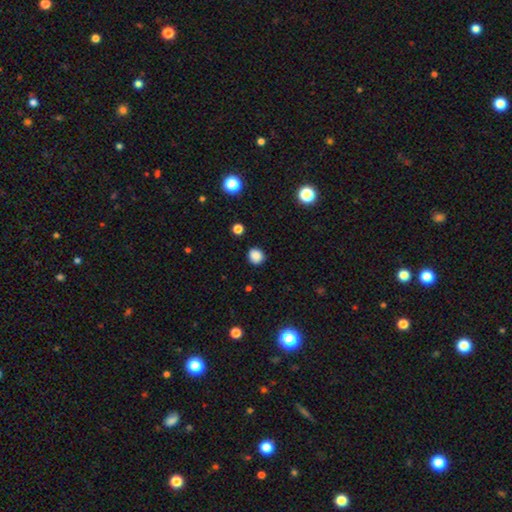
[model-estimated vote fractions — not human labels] Smooth or featured?
  - smooth: 86% *
  - star or artifact: 11%
  - featured or disk: 3%
How rounded?
  - round: 84% *
  - in between: 15%
  - cigar-shaped: 1%
Merging?
  - none: 88% *
  - minor disturbance: 9%
  - major disturbance: 2%
  - merger: 1%